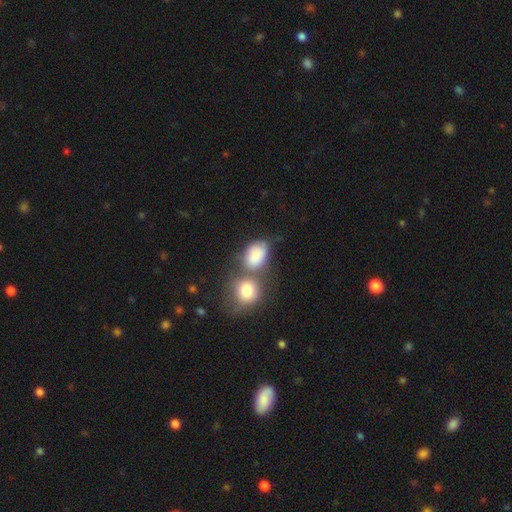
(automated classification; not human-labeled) smooth_or_featured: smooth (p=0.84) [alt: featured or disk p=0.09]
how_rounded: in between (p=0.75) [alt: round p=0.24]
merging: merger (p=0.44) [alt: none p=0.33]